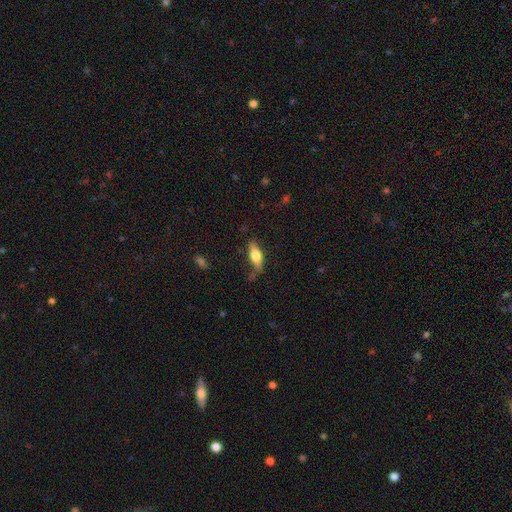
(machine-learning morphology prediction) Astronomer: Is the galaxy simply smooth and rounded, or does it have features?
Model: smooth — 60%.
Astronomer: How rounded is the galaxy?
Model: in between — 62%.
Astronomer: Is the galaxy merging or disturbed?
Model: none — 64%.